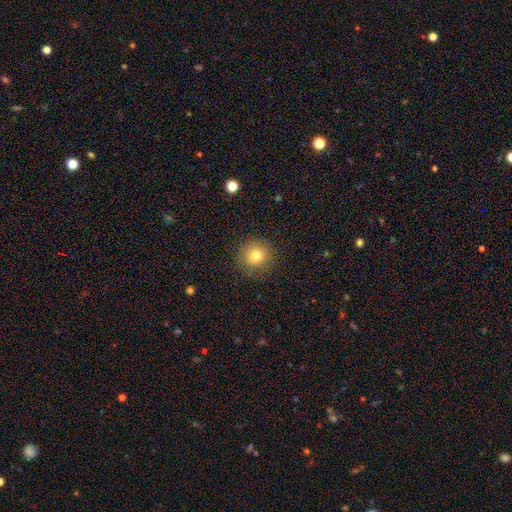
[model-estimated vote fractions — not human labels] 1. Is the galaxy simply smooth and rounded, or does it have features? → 78% smooth, 12% star or artifact, 9% featured or disk.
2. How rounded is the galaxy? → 93% round, 6% in between, 1% cigar-shaped.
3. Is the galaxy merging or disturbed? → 89% none, 7% minor disturbance, 3% major disturbance, 1% merger.